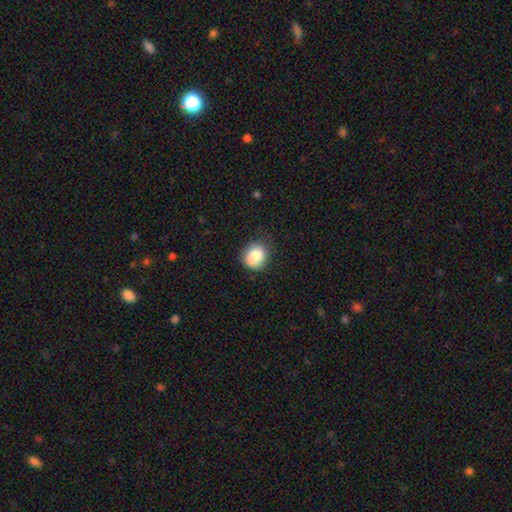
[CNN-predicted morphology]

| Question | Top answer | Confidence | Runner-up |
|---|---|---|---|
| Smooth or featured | smooth | 84% | star or artifact (9%) |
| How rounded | round | 71% | in between (28%) |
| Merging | none | 73% | minor disturbance (21%) |